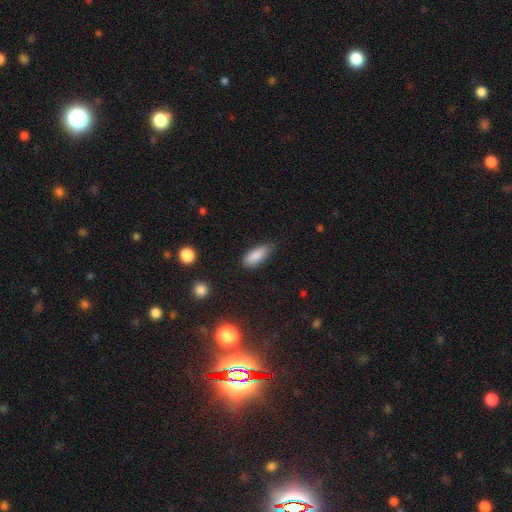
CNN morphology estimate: Q: Smooth or featured?
A: smooth (85%); runner-up: star or artifact (7%)
Q: How rounded?
A: in between (77%); runner-up: cigar-shaped (20%)
Q: Merging?
A: none (72%); runner-up: minor disturbance (22%)